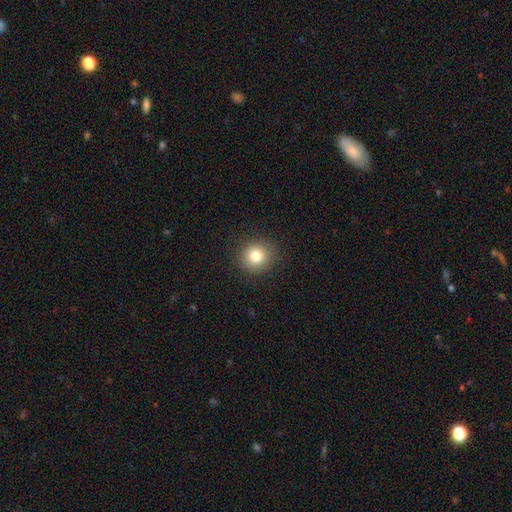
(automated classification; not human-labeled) Morphology: type=smooth (81%); roundness=round (87%); merging=none (89%).